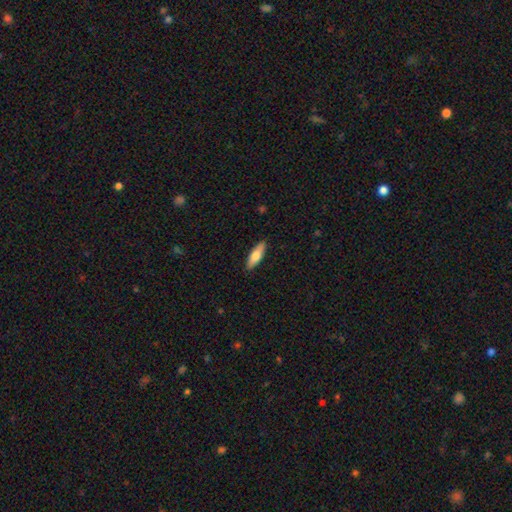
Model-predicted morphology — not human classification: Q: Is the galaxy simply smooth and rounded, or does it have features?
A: smooth — 71%.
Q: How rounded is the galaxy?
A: in between — 54%.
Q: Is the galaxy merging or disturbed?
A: none — 89%.